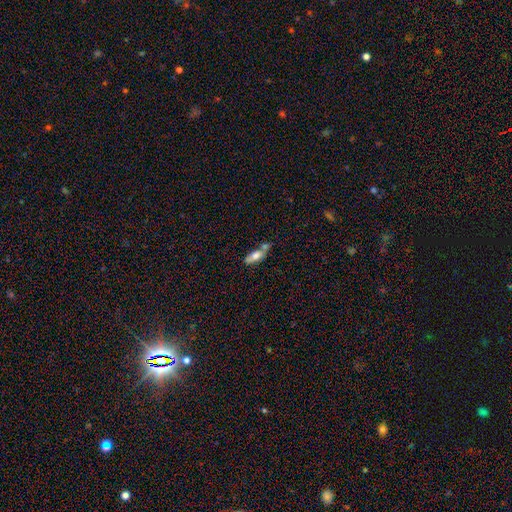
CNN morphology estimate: smooth-or-featured: smooth: 65% | featured or disk: 28% | star or artifact: 7%
  how-rounded: in between: 69% | cigar-shaped: 28% | round: 4%
  merging: merger: 36% (tied) | none: 36% (tied) | minor disturbance: 20% | major disturbance: 9%